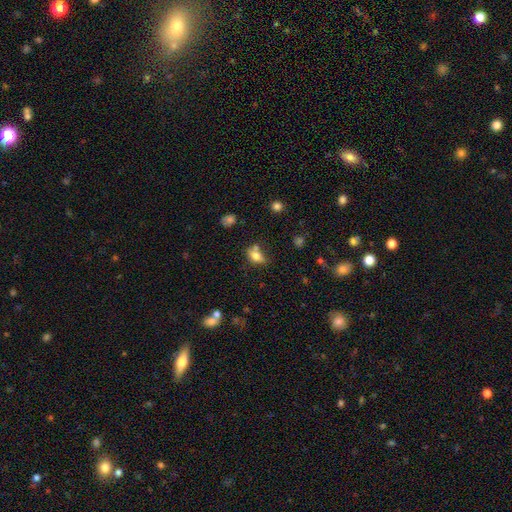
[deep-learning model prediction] This is likely a smooth galaxy (75%). How rounded: likely in between (74%). Merging: possibly none (50%).